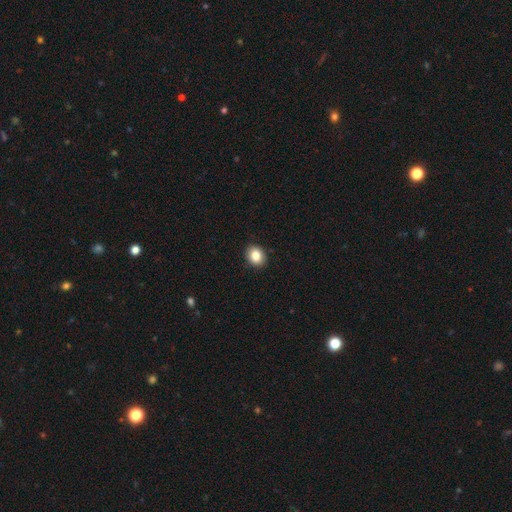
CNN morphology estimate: Q: Smooth or featured?
A: smooth (85%); runner-up: star or artifact (9%)
Q: How rounded?
A: round (55%); runner-up: in between (44%)
Q: Merging?
A: none (91%); runner-up: minor disturbance (6%)